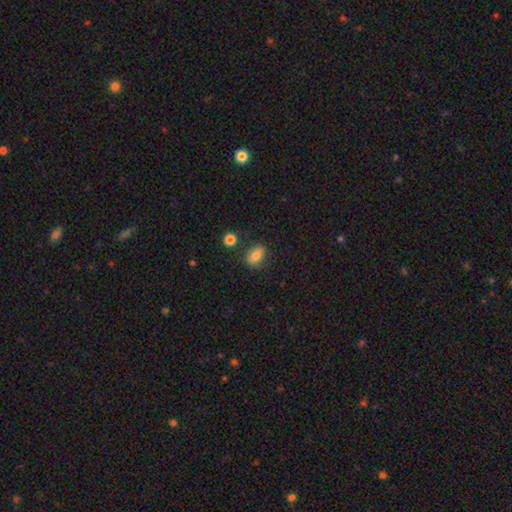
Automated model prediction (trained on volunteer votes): The model was most divided on "how rounded": in between: 77%, round: 17%, cigar-shaped: 5%. More confident: merging — none (78%); smooth or featured — smooth (76%).